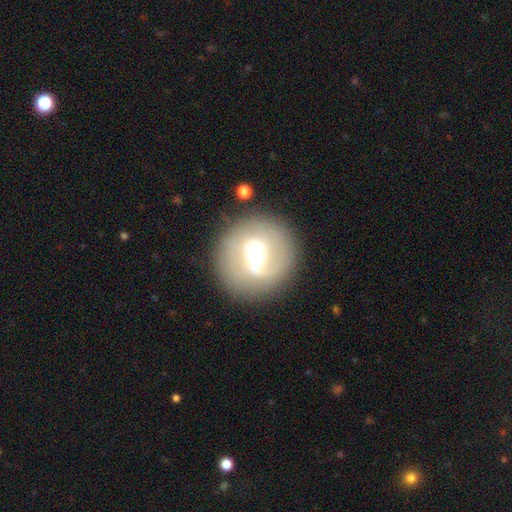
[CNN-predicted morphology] type=featured or disk (61%); edge-on=no (95%); bar=weak (50%); spiral arms=yes (60%); bulge=moderate (62%); merging=none (83%).